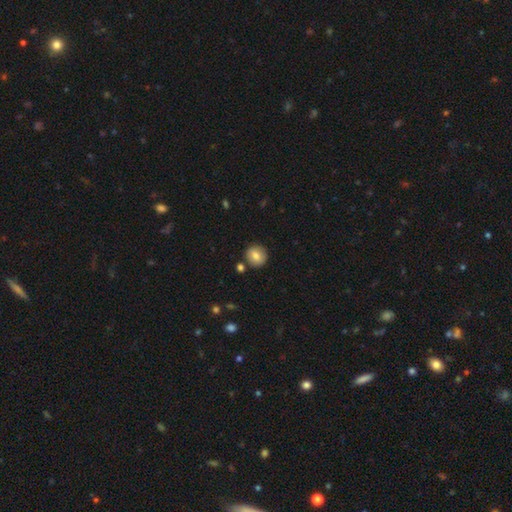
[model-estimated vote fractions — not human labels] smooth_or_featured: smooth (p=0.79) [alt: featured or disk p=0.12]
how_rounded: round (p=0.91) [alt: in between p=0.08]
merging: none (p=0.86) [alt: minor disturbance p=0.08]